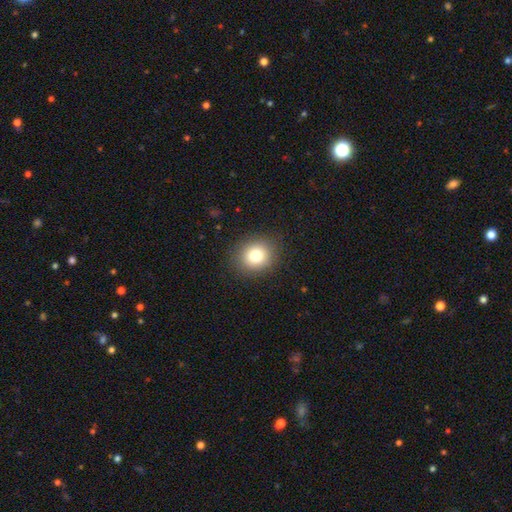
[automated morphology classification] smooth 79%, star or artifact 12%, featured or disk 9%. Down the decision tree: how rounded — round (78%); merging — none (88%).